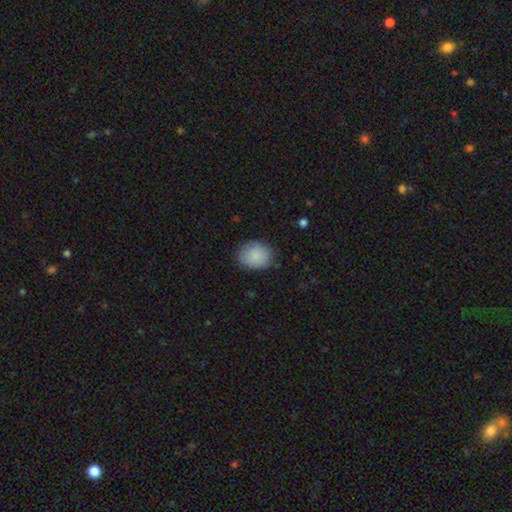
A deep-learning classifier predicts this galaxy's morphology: smooth_or_featured: smooth (p=0.89) [alt: star or artifact p=0.07]
how_rounded: round (p=0.57) [alt: in between p=0.42]
merging: none (p=0.82) [alt: minor disturbance p=0.14]